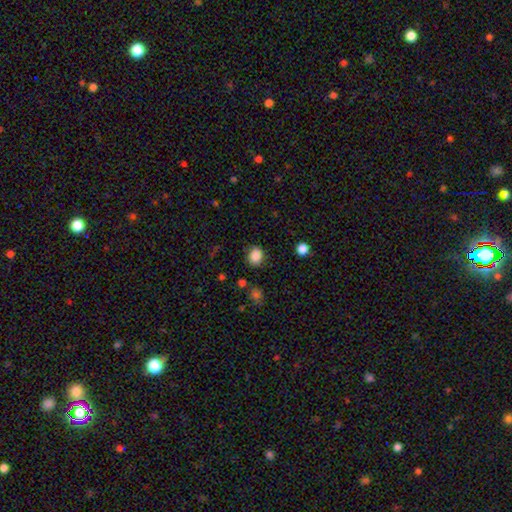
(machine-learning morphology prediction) smooth 86%, star or artifact 10%, featured or disk 4%. Down the decision tree: how rounded — round (64%); merging — none (81%).